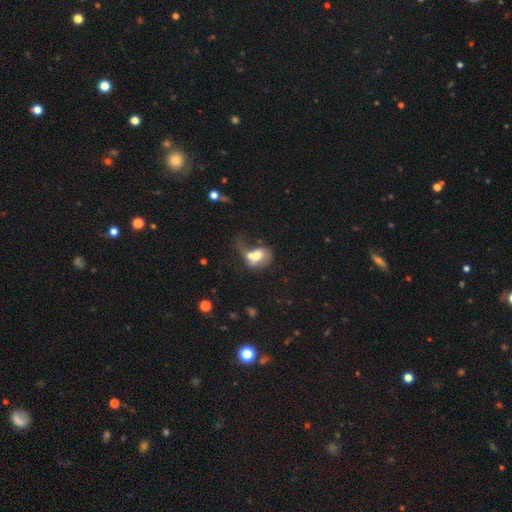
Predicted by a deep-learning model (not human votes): A smooth galaxy with no disk features (58%) that is in between round and cigar-shaped (67%). Merging: merger (52%).